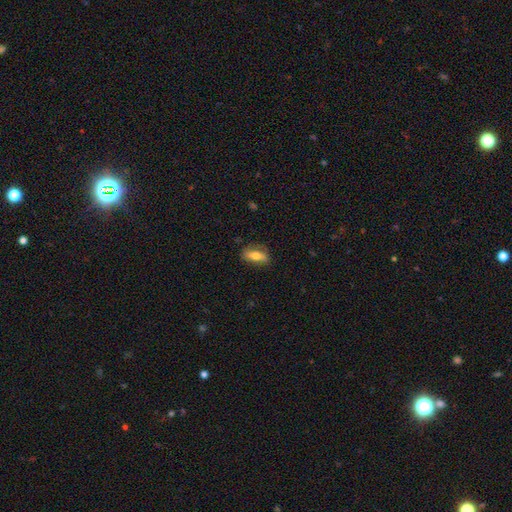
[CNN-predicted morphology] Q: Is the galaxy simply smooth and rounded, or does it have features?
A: smooth — 64%.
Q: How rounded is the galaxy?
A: in between — 68%.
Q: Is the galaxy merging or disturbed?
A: none — 76%.